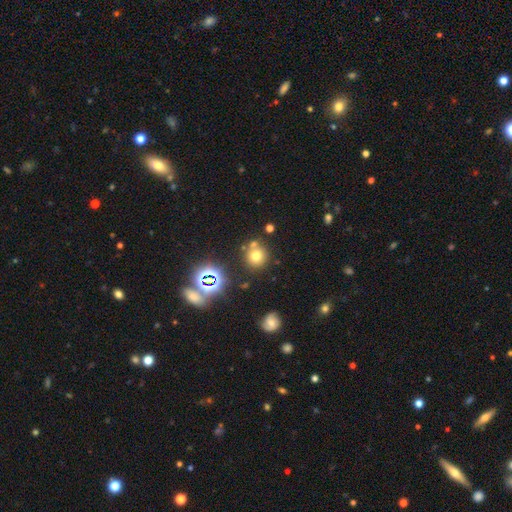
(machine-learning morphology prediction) type=smooth (64%); roundness=round (89%); merging=none (71%).